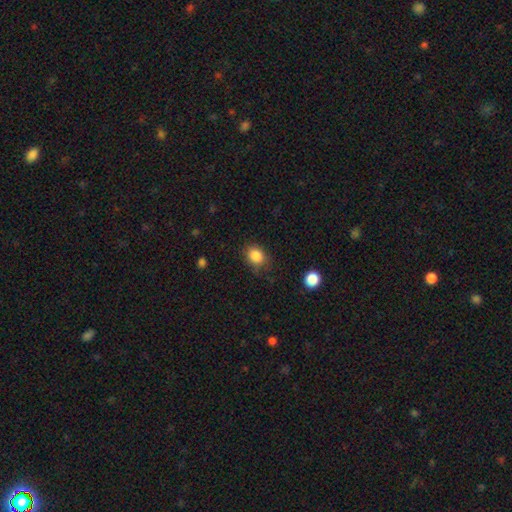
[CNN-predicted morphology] smooth 86%, star or artifact 10%, featured or disk 4%. Down the decision tree: how rounded — in between (51%); merging — none (76%).